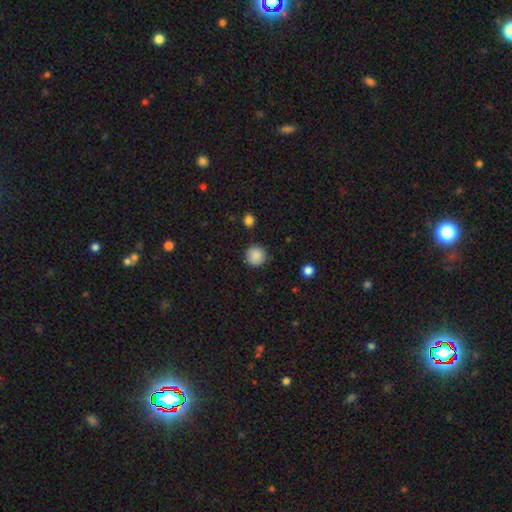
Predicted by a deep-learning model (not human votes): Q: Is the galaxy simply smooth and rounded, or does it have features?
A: smooth — 88%.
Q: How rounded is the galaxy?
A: round — 95%.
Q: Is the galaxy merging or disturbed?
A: none — 88%.